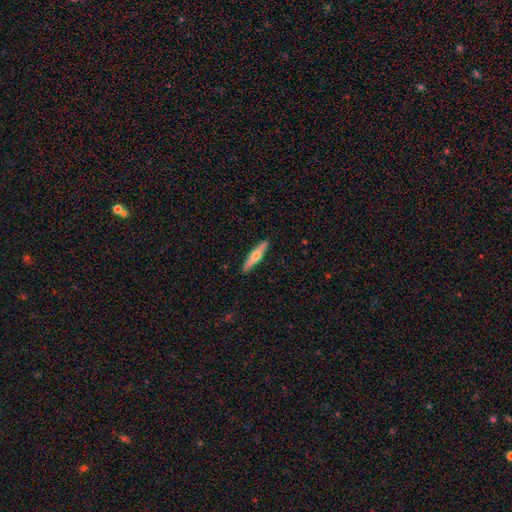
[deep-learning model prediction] Smooth or featured? Predicted: featured or disk (p=0.50). Edge-on disk? Predicted: yes (p=0.94). Merging? Predicted: none (p=0.90).